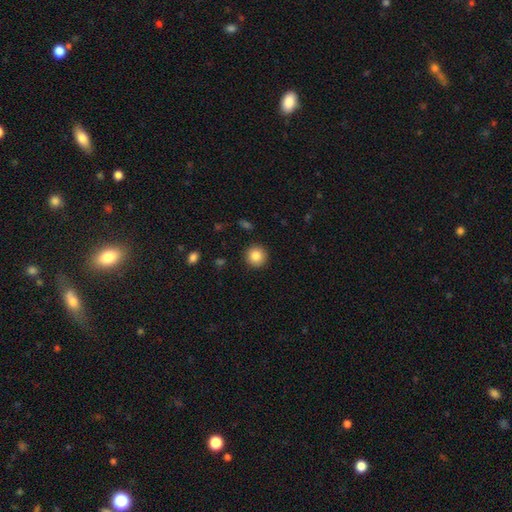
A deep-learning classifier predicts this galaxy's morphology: This appears to be a smooth galaxy with no disk features (84%) that is round (95%). Merging: none (92%).